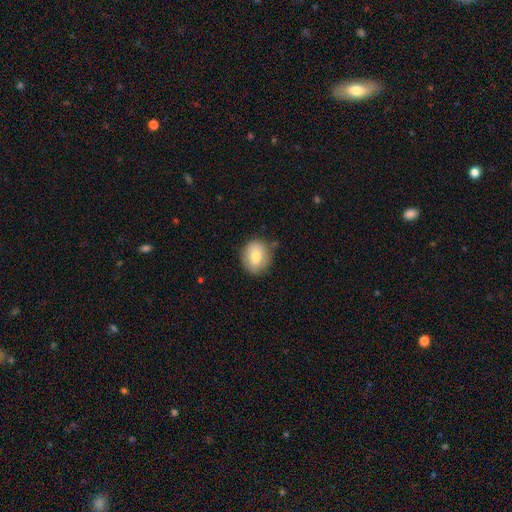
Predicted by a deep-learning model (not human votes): This appears to be a smooth galaxy with no disk features (77%) that is round (65%). Merging: none (80%).